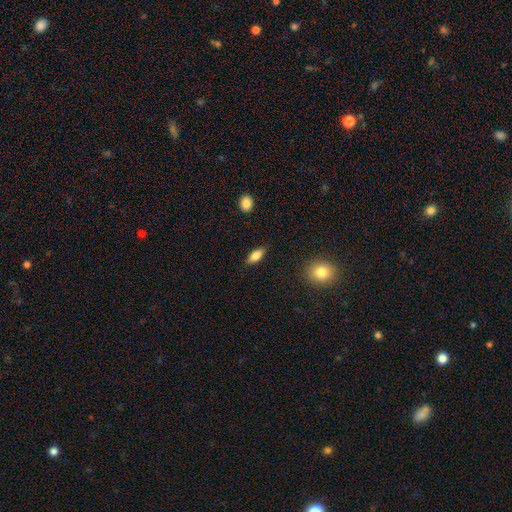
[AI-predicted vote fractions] This is clearly a smooth galaxy (80%). How rounded: likely in between (80%). Merging: clearly none (85%).